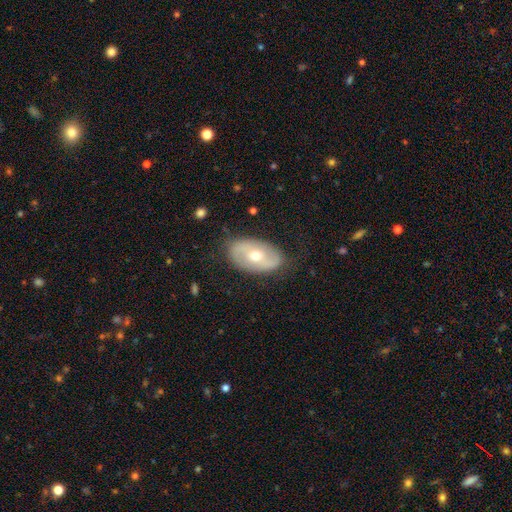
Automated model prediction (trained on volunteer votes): The model was most divided on "spiral arms": yes: 53%, no: 47%. More confident: edge-on disk — no (91%); merging — none (79%); bar — no (59%); bulge size — moderate (59%); smooth or featured — featured or disk (57%).